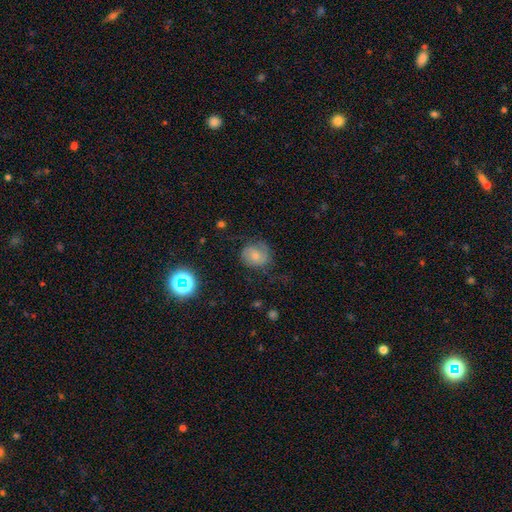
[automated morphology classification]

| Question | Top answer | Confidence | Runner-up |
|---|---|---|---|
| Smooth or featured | smooth | 58% | featured or disk (31%) |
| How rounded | round | 68% | in between (31%) |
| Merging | none | 56% | minor disturbance (25%) |